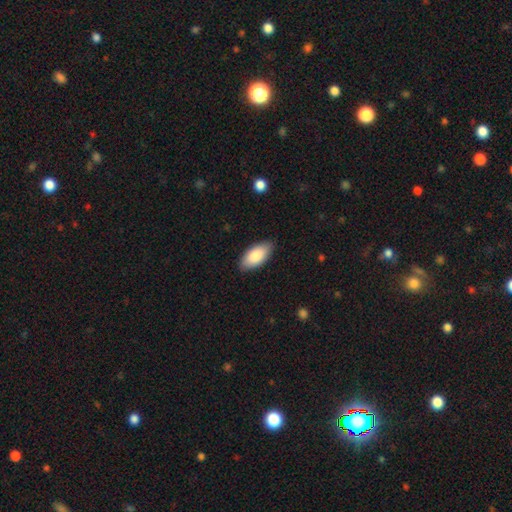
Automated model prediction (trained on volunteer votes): smooth-or-featured: smooth: 85% | featured or disk: 9% | star or artifact: 6%
  how-rounded: in between: 92% | cigar-shaped: 7% | round: 2%
  merging: none: 85% | minor disturbance: 12% | major disturbance: 2% | merger: 1%